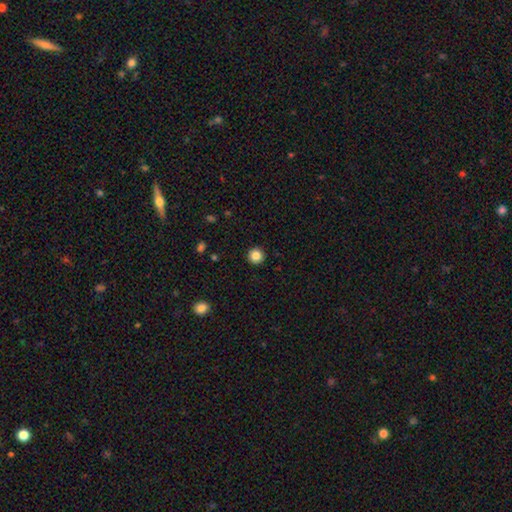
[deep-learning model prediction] Smooth or featured?
  - smooth: 85% *
  - star or artifact: 10%
  - featured or disk: 4%
How rounded?
  - round: 96% *
  - in between: 3%
  - cigar-shaped: 1%
Merging?
  - none: 93% *
  - minor disturbance: 4%
  - major disturbance: 2%
  - merger: 1%